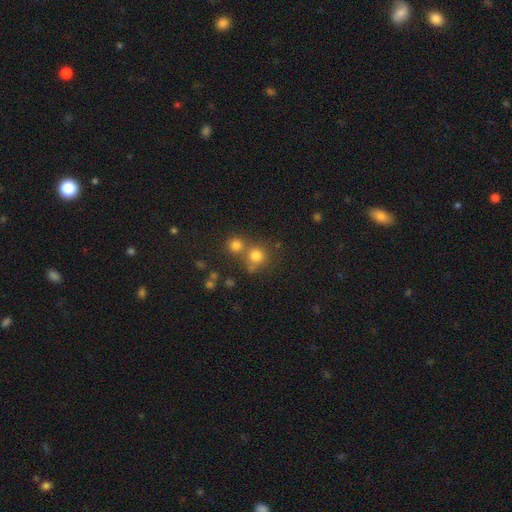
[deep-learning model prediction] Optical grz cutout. It shows a smooth galaxy with no disk features (76%) that is round (90%). Merging: none (58%).